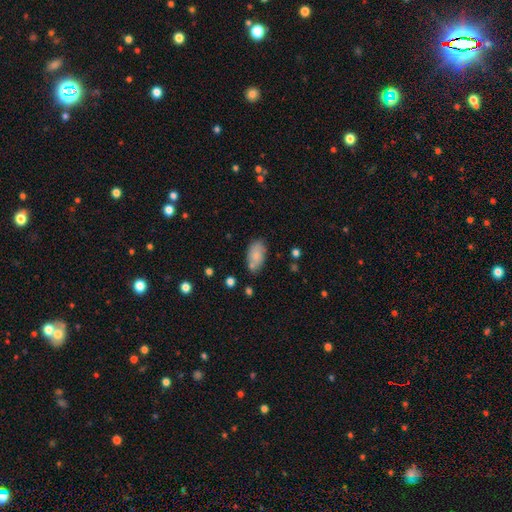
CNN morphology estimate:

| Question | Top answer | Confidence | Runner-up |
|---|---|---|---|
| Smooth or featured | smooth | 79% | featured or disk (14%) |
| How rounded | in between | 93% | round (4%) |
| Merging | none | 68% | minor disturbance (18%) |